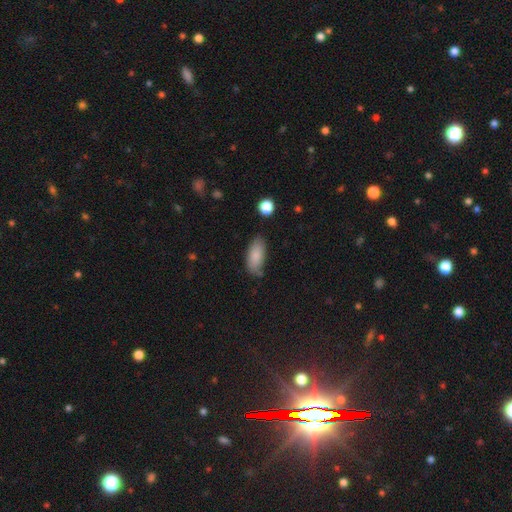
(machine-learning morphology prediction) type=smooth (84%); roundness=in between (89%); merging=none (69%).